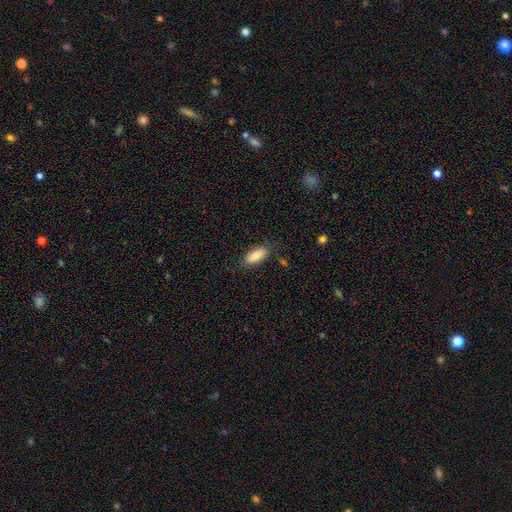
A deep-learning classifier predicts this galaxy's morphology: A smooth galaxy with no disk features (85%) that is in between round and cigar-shaped (84%). Merging: none (79%).